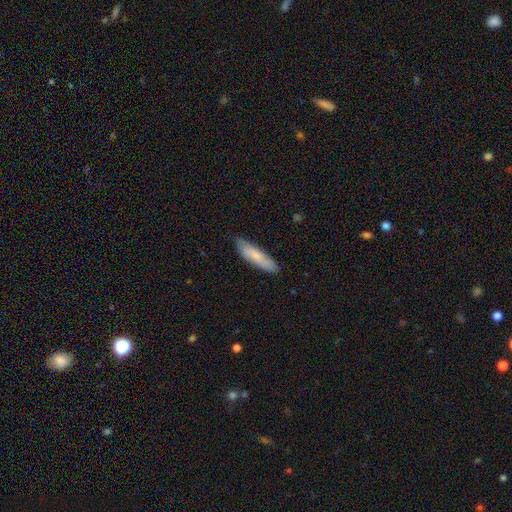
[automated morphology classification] This is likely a smooth galaxy (75%). How rounded: likely cigar-shaped (71%). Merging: clearly none (81%).